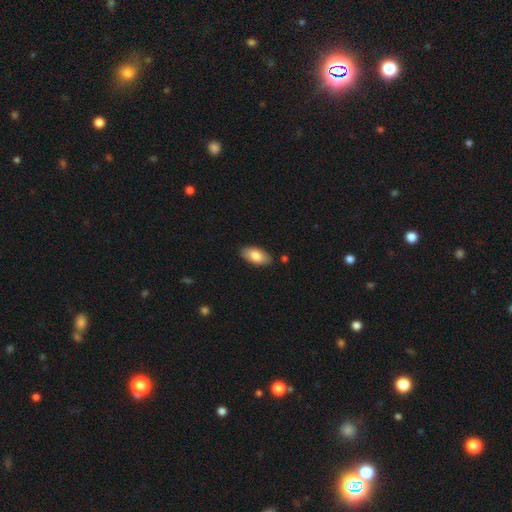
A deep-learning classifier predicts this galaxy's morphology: This is clearly a smooth galaxy (81%). How rounded: clearly in between (93%). Merging: clearly none (87%).